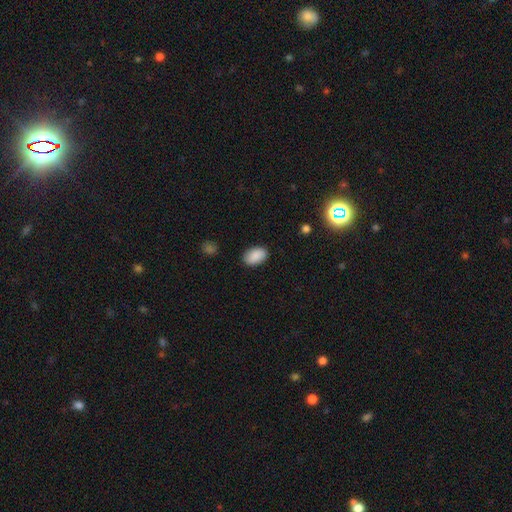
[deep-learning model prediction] smooth_or_featured: smooth (p=0.88) [alt: star or artifact p=0.07]
how_rounded: in between (p=0.91) [alt: round p=0.08]
merging: none (p=0.86) [alt: minor disturbance p=0.10]